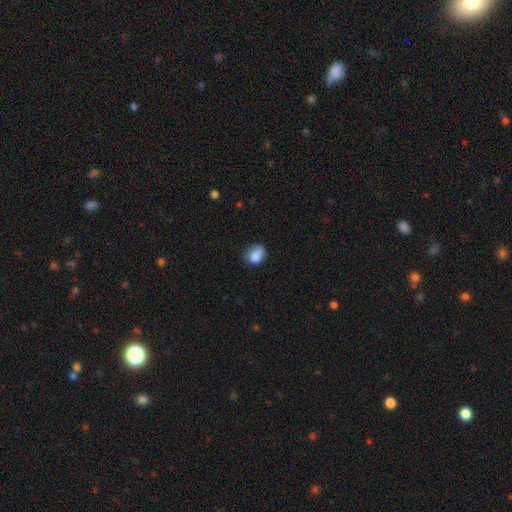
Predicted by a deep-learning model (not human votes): This is clearly a smooth galaxy (85%). How rounded: likely in between (66%). Merging: possibly none (57%).